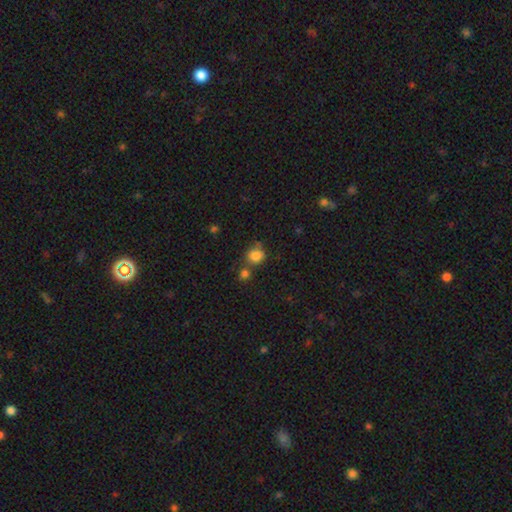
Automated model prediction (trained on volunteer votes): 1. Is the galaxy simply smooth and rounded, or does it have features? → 83% smooth, 11% star or artifact, 6% featured or disk.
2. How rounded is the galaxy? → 75% round, 24% in between, 1% cigar-shaped.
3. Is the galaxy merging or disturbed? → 56% none, 22% merger, 16% minor disturbance, 6% major disturbance.